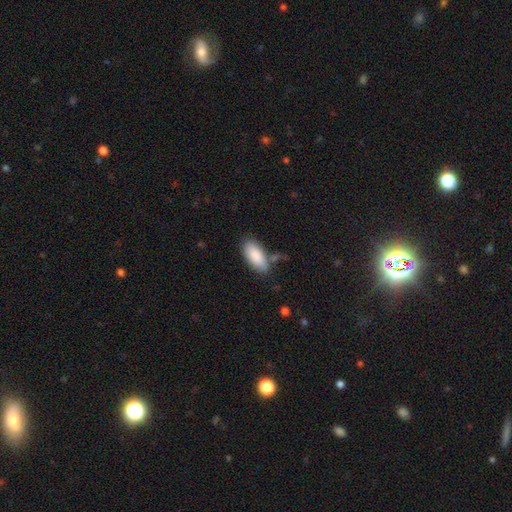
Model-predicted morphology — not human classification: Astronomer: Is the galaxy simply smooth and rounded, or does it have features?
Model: smooth — 88%.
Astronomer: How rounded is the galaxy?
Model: in between — 89%.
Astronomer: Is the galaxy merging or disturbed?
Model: none — 75%.